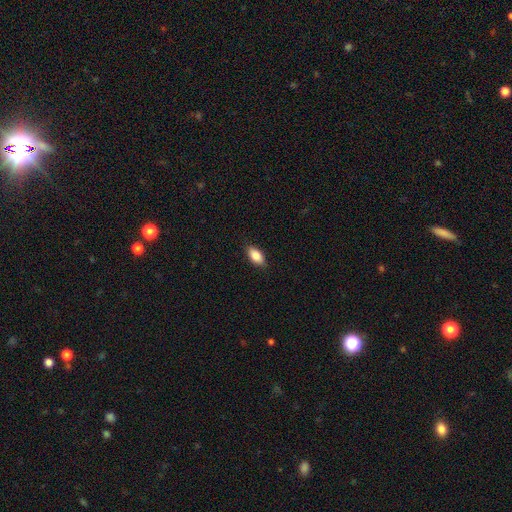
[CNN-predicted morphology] This is clearly a smooth galaxy (86%). How rounded: clearly in between (91%). Merging: clearly none (87%).